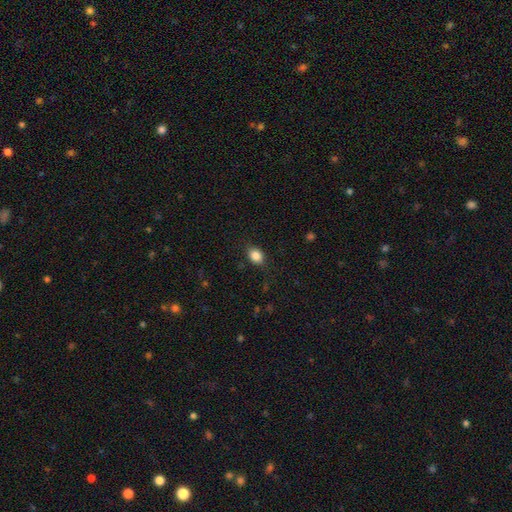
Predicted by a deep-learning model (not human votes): A smooth galaxy with no disk features (86%) that is in between round and cigar-shaped (65%).

Vote fractions:
- Smooth or featured? smooth: 86% / star or artifact: 9% / featured or disk: 5%
- How rounded? in between: 65% / round: 33% / cigar-shaped: 1%
- Merging? none: 83% / minor disturbance: 13% / major disturbance: 4% / merger: 1%